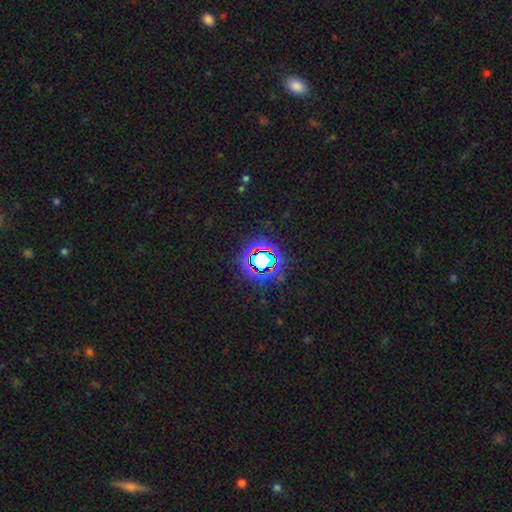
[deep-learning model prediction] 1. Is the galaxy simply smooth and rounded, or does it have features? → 77% star or artifact, 13% smooth, 9% featured or disk.